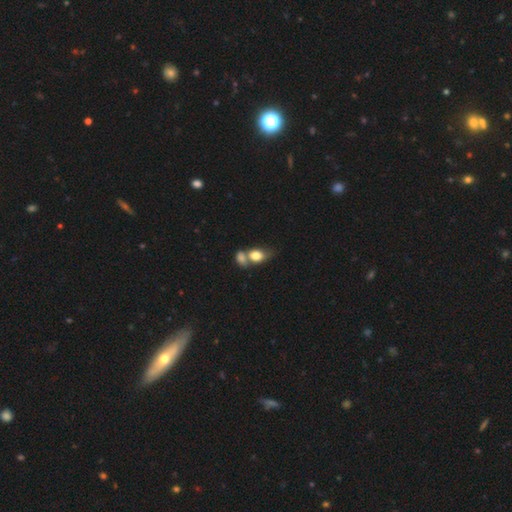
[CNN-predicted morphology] smooth 78%, featured or disk 14%, star or artifact 8%. Down the decision tree: how rounded — in between (65%); merging — merger (64%).